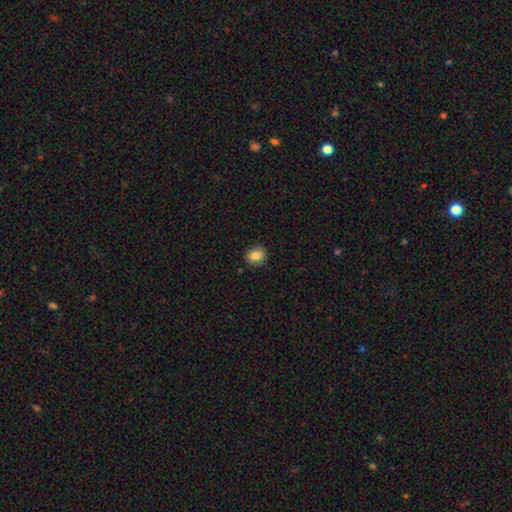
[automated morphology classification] Overall: smooth (84%). How rounded: round (66%; in between 34%). Merging: none (89%).